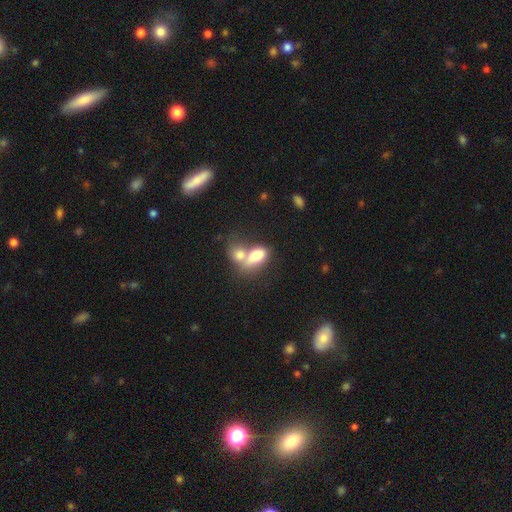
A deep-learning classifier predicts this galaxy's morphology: Smooth or featured? Predicted: smooth (p=0.76). How rounded? Predicted: in between (p=0.84). Merging? Predicted: merger (p=0.68).